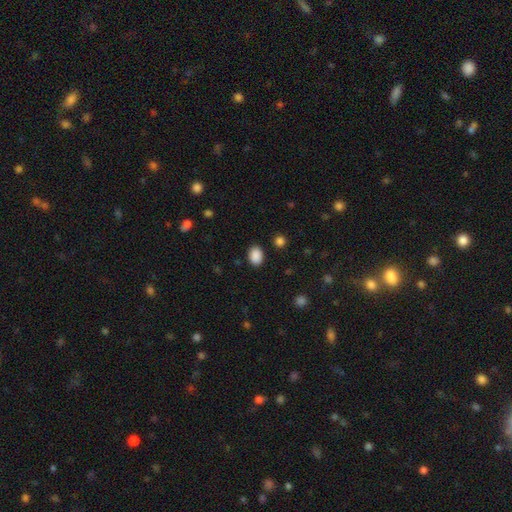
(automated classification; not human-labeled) Smooth or featured? smooth (89%)
How rounded? in between (75%)
Merging? none (87%)